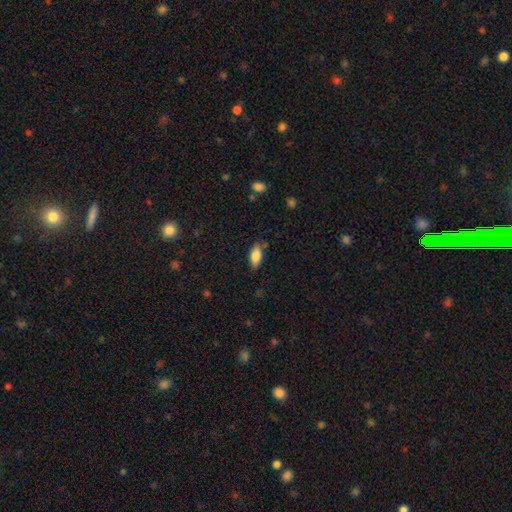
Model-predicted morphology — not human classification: The model was most divided on "merging": none: 79%, minor disturbance: 16%, major disturbance: 3%, merger: 2%. More confident: how rounded — in between (86%); smooth or featured — smooth (83%).